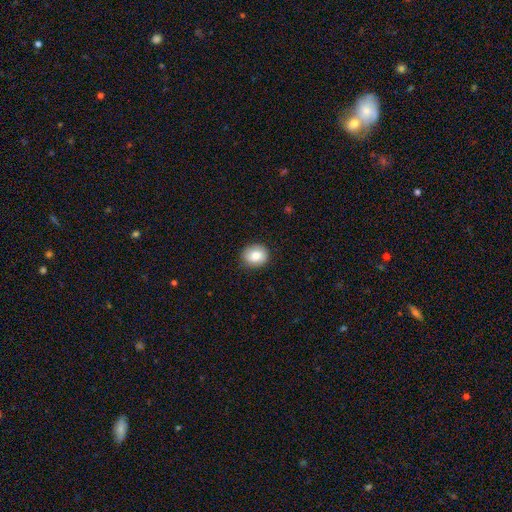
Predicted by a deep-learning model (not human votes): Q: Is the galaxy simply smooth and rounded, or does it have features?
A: smooth — 83%.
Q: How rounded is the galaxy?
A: round — 69%.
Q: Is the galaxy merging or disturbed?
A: none — 87%.